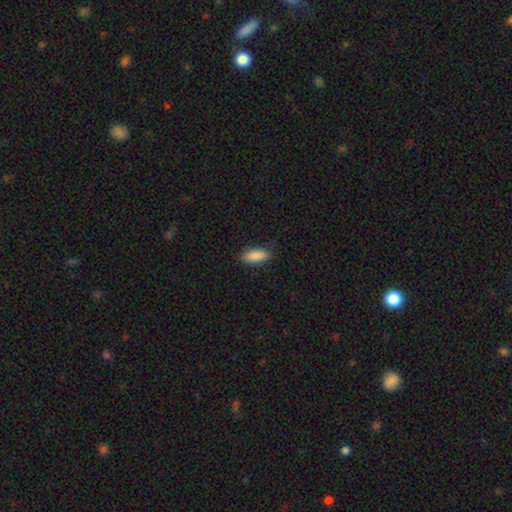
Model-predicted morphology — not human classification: This is clearly a smooth galaxy (88%). How rounded: clearly in between (83%). Merging: clearly none (84%).